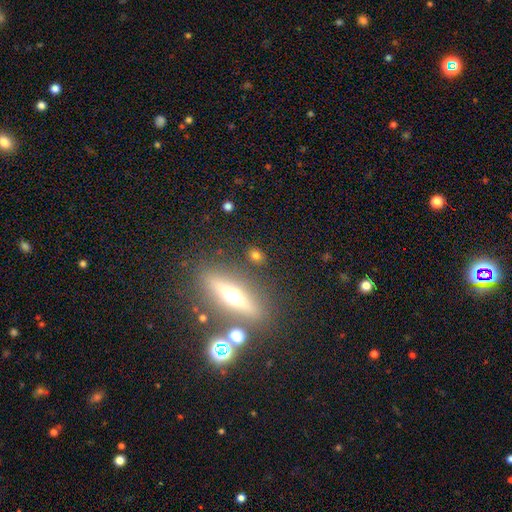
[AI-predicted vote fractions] A smooth galaxy with no disk features (46%). Merging: none (84%).